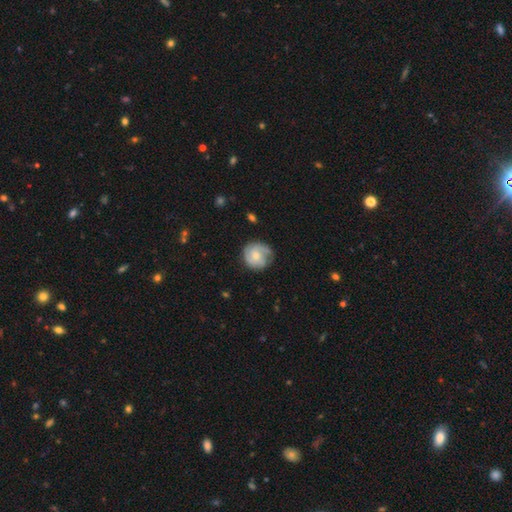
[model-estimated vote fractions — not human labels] Overall: featured or disk (55%; smooth 38%). Edge-on disk: no (98%). Bar: no (74%). Spiral arms: yes (87%). Bulge size: small (55%; moderate 38%). Merging: none (71%).